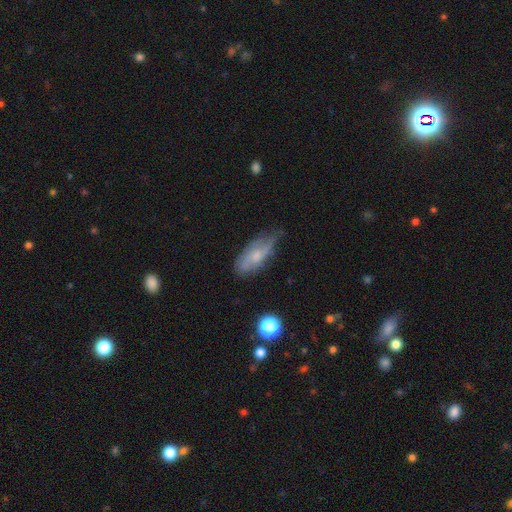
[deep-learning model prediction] smooth-or-featured: smooth: 51% | featured or disk: 41% | star or artifact: 8%
  how-rounded: in between: 76% | cigar-shaped: 20% | round: 3%
  merging: none: 49% | minor disturbance: 37% | major disturbance: 11% | merger: 2%